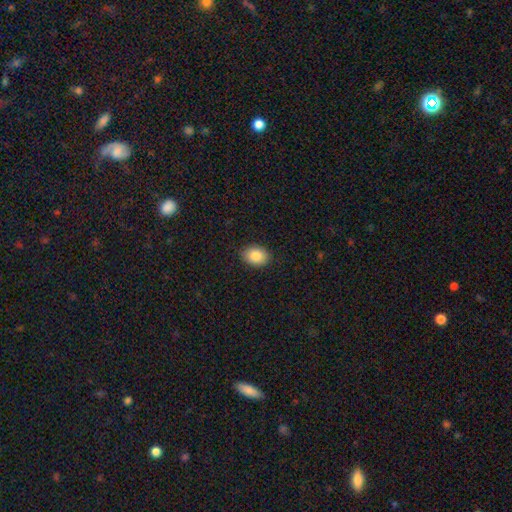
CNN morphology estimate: smooth-or-featured: smooth: 86% | star or artifact: 8% | featured or disk: 6%
  how-rounded: in between: 68% | round: 31% | cigar-shaped: 1%
  merging: none: 89% | minor disturbance: 9% | major disturbance: 2% | merger: 1%